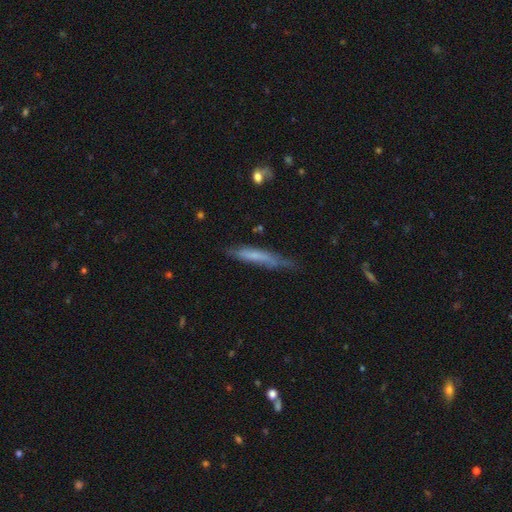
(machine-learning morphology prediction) A smooth galaxy with no disk features (54%) that is cigar-shaped (91%).

Vote fractions:
- Smooth or featured? smooth: 54% / featured or disk: 38% / star or artifact: 7%
- How rounded? cigar-shaped: 91% / in between: 7% / round: 1%
- Merging? none: 59% / minor disturbance: 29% / major disturbance: 8% / merger: 3%